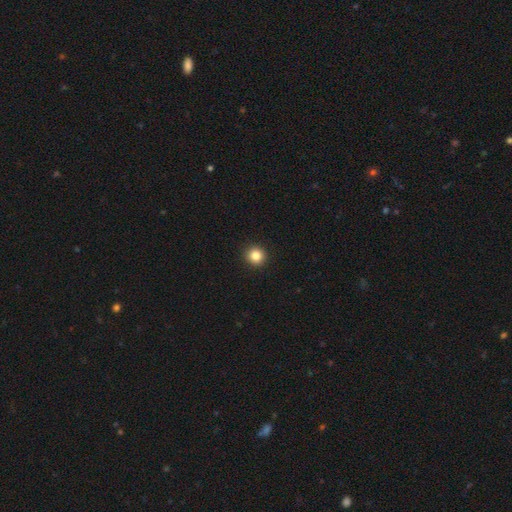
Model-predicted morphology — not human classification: Q: Smooth or featured?
A: smooth (85%); runner-up: star or artifact (11%)
Q: How rounded?
A: round (94%); runner-up: in between (5%)
Q: Merging?
A: none (93%); runner-up: minor disturbance (4%)